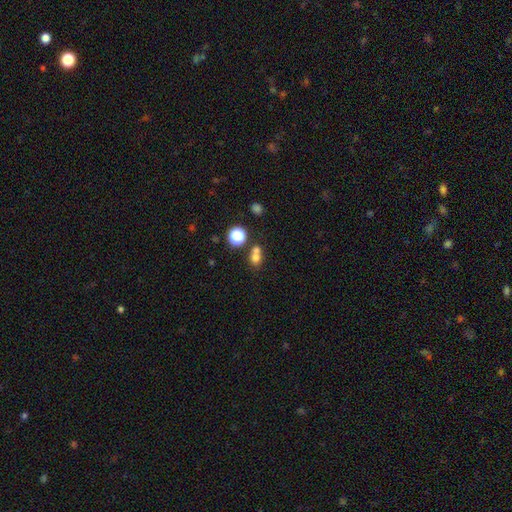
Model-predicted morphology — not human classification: A smooth galaxy with no disk features (71%) that is round (66%).

Vote fractions:
- Smooth or featured? smooth: 71% / star or artifact: 18% / featured or disk: 11%
- How rounded? round: 66% / in between: 32% / cigar-shaped: 1%
- Merging? merger: 46% / none: 41% / minor disturbance: 9% / major disturbance: 4%